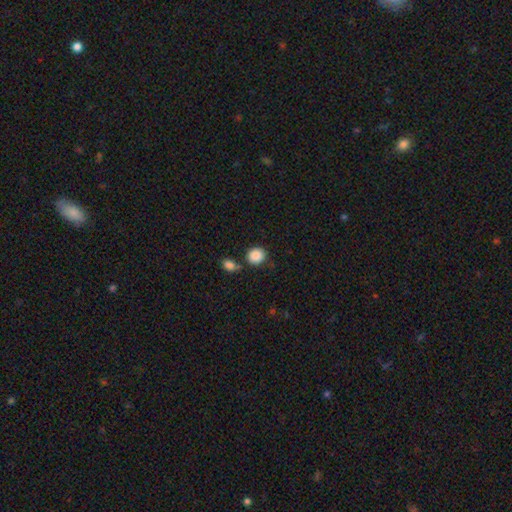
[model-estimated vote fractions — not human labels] Overall: smooth (88%). How rounded: round (79%). Merging: none (74%).